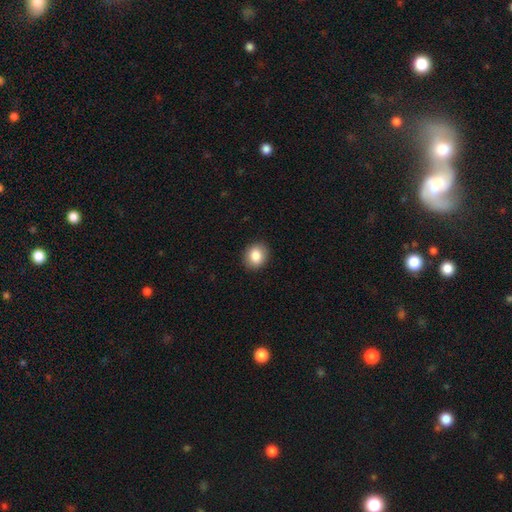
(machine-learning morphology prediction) smooth 85%, star or artifact 8%, featured or disk 7%. Down the decision tree: how rounded — round (61%); merging — none (90%).